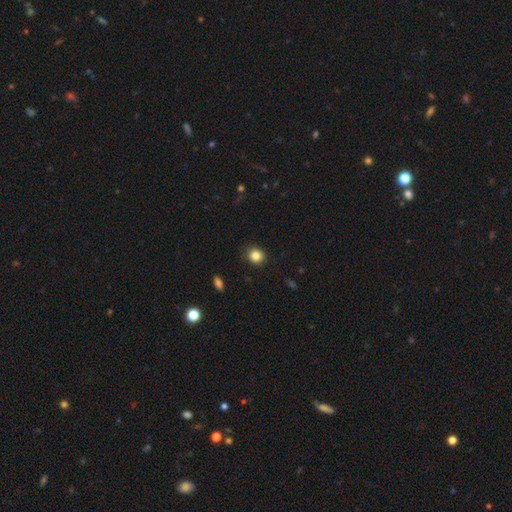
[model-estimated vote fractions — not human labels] Smooth or featured? smooth (85%)
How rounded? round (82%)
Merging? none (88%)